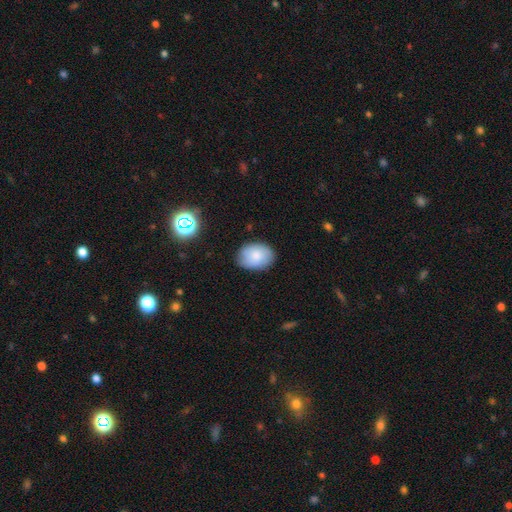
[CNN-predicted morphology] smooth-or-featured: smooth: 81% | featured or disk: 11% | star or artifact: 8%
  how-rounded: in between: 69% | round: 30% | cigar-shaped: 1%
  merging: none: 81% | minor disturbance: 15% | major disturbance: 3% | merger: 1%